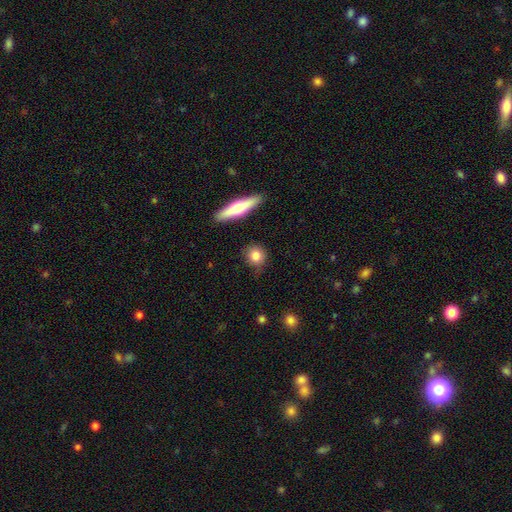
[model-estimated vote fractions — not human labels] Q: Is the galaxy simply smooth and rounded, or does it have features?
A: smooth — 82%.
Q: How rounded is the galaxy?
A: round — 78%.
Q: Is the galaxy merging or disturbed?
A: none — 79%.